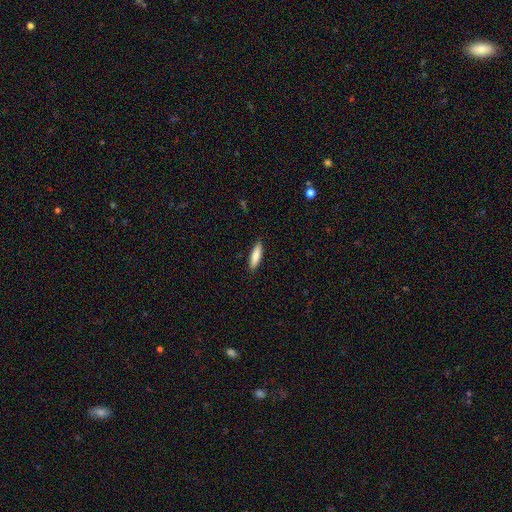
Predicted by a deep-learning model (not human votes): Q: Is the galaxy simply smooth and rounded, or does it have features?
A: smooth — 82%.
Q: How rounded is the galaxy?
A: cigar-shaped — 66%.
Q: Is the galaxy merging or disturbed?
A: none — 89%.